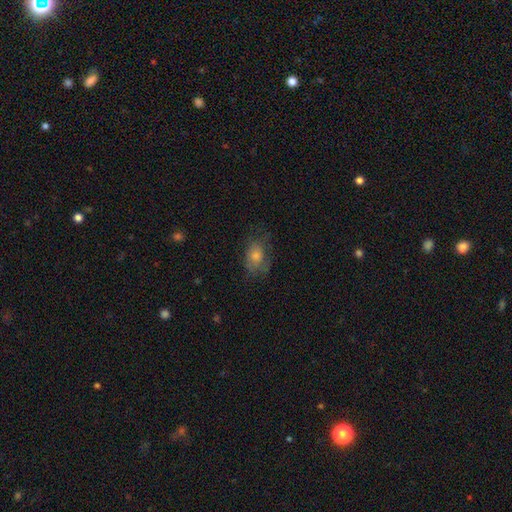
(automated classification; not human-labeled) Morphology: type=smooth (57%); roundness=in between (76%); merging=none (62%).